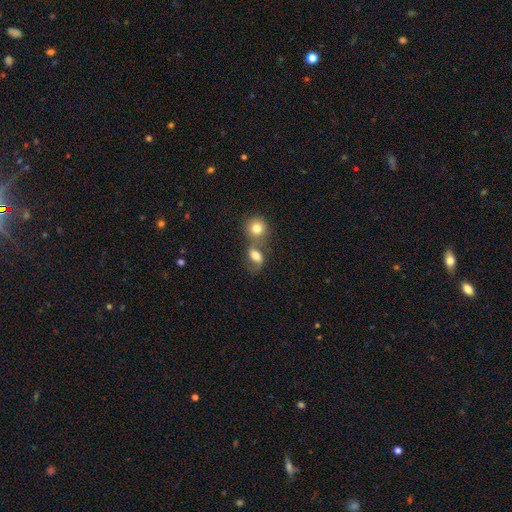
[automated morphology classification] smooth_or_featured: smooth (p=0.63) [alt: featured or disk p=0.26]
how_rounded: in between (p=0.60) [alt: round p=0.37]
merging: merger (p=0.44) [alt: none p=0.35]